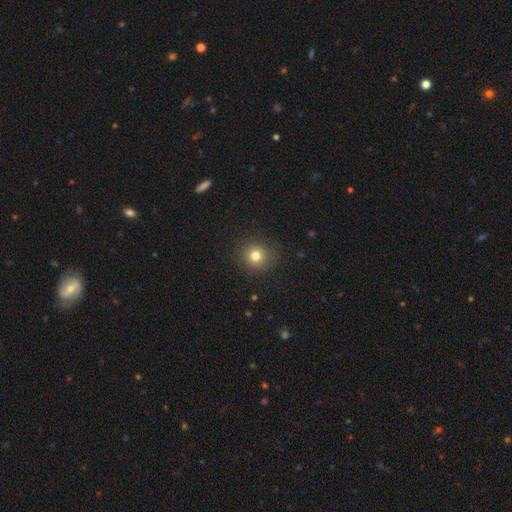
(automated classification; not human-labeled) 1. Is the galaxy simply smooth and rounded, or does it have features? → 79% smooth, 14% star or artifact, 7% featured or disk.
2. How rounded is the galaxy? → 90% round, 9% in between, 1% cigar-shaped.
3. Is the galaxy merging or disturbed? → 90% none, 7% minor disturbance, 3% major disturbance, 1% merger.